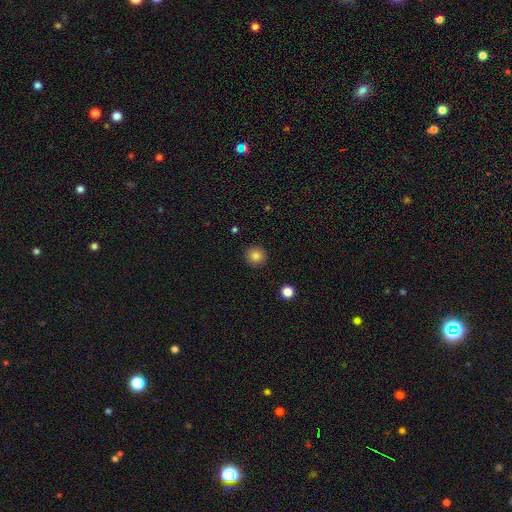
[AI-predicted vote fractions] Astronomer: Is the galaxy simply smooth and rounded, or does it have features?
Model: smooth — 85%.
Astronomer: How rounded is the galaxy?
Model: round — 94%.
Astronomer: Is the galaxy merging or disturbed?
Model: none — 91%.